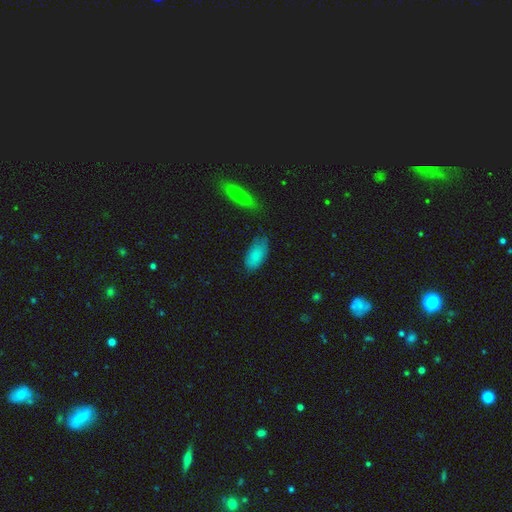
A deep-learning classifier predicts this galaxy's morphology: A smooth galaxy with no disk features (85%) that is in between round and cigar-shaped (90%).

Vote fractions:
- Smooth or featured? smooth: 85% / featured or disk: 9% / star or artifact: 7%
- How rounded? in between: 90% / cigar-shaped: 8% / round: 2%
- Merging? none: 67% / minor disturbance: 24% / major disturbance: 6% / merger: 3%